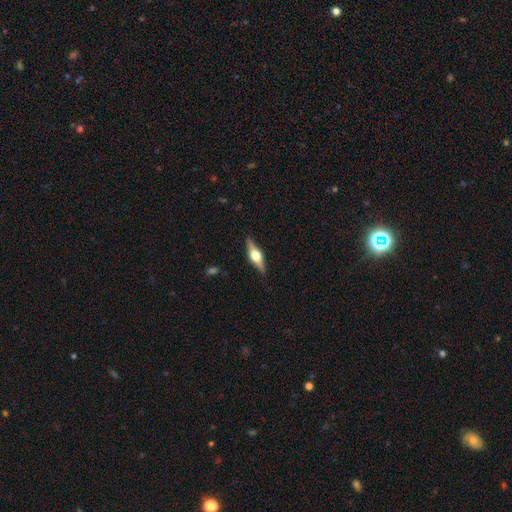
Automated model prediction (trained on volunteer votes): This appears to be a featured or disk galaxy (70%) viewed edge-on (97%) with a rounded central bulge (95%). Merging: none (89%).